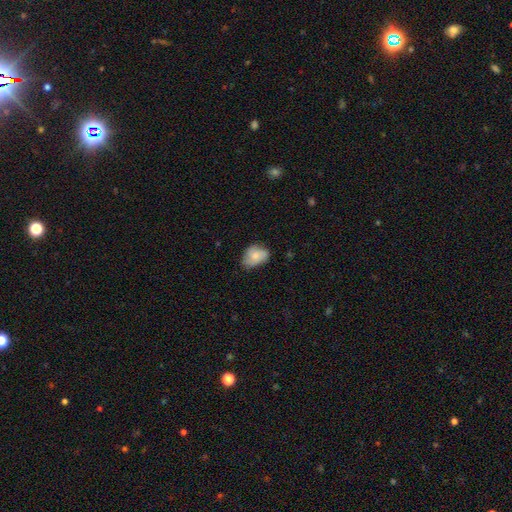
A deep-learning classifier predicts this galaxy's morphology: The model was most divided on "merging": none: 52%, minor disturbance: 36%, major disturbance: 10%, merger: 2%. More confident: how rounded — in between (70%); smooth or featured — smooth (68%).